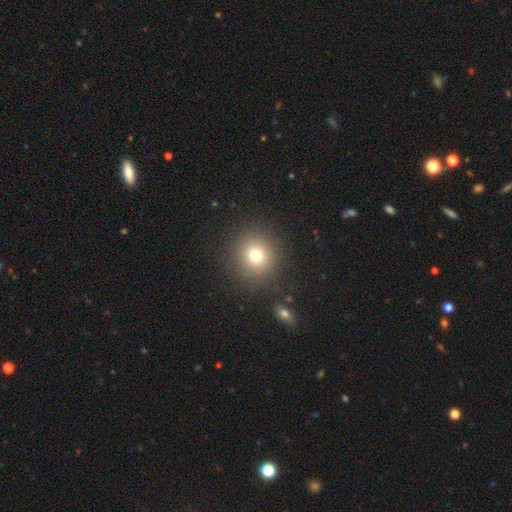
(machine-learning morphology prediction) Overall: smooth (74%). How rounded: round (92%). Merging: none (87%).